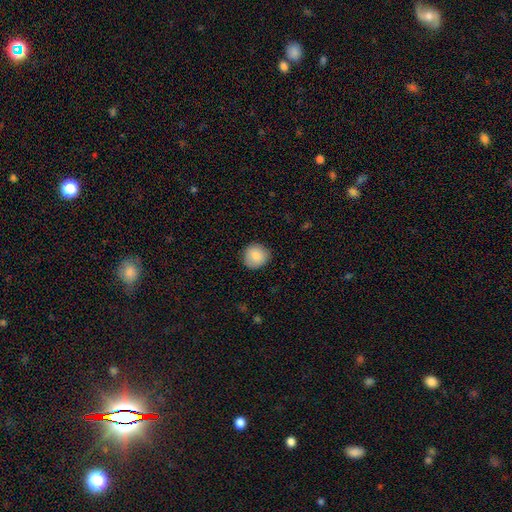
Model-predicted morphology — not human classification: The model was most divided on "smooth or featured": smooth: 84%, featured or disk: 8%, star or artifact: 8%. More confident: how rounded — round (90%); merging — none (88%).